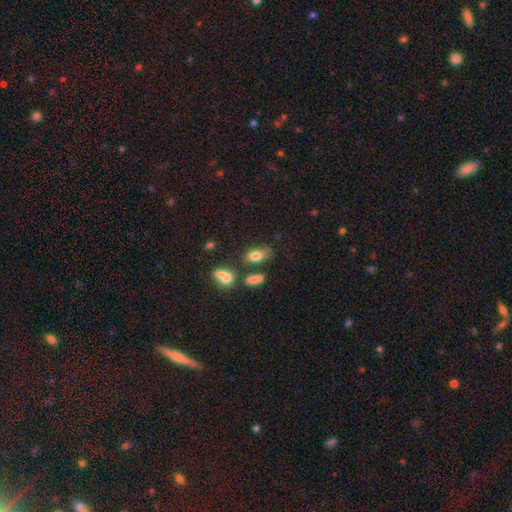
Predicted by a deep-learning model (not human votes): This appears to be a smooth galaxy with no disk features (77%) that is in between round and cigar-shaped (85%). Merging: none (56%).